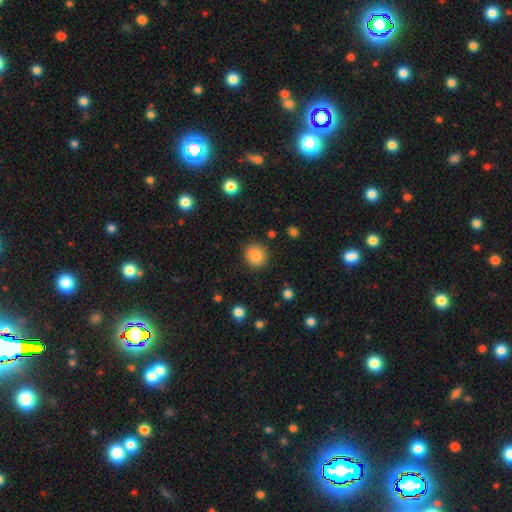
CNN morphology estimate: Q: Smooth or featured?
A: smooth (85%); runner-up: star or artifact (10%)
Q: How rounded?
A: round (89%); runner-up: in between (10%)
Q: Merging?
A: none (88%); runner-up: minor disturbance (8%)